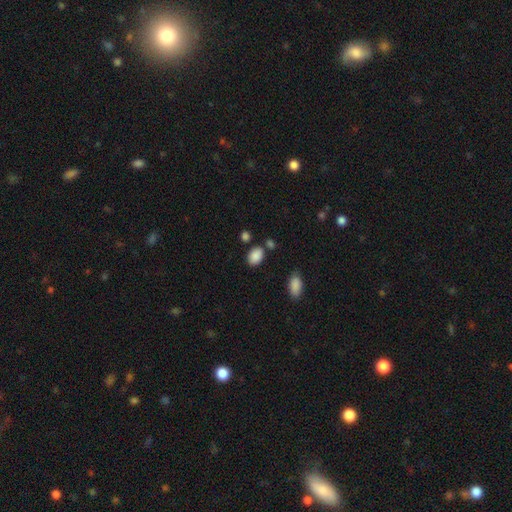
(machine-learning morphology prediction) Smooth or featured? Predicted: smooth (p=0.88). How rounded? Predicted: in between (p=0.82). Merging? Predicted: none (p=0.75).